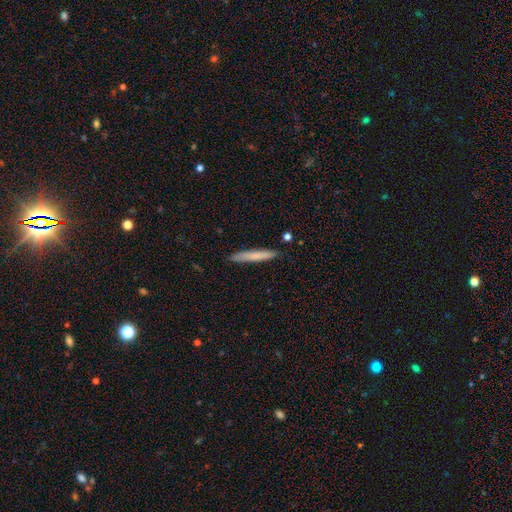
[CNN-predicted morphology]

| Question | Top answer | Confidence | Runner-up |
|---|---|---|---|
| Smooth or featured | smooth | 73% | featured or disk (21%) |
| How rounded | cigar-shaped | 95% | in between (3%) |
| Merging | none | 89% | minor disturbance (8%) |